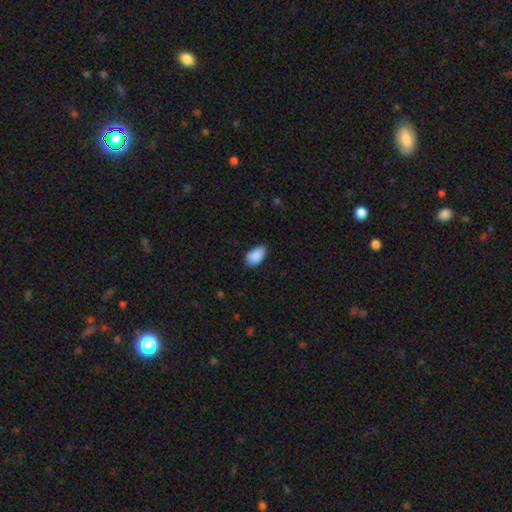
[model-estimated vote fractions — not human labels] Morphology: type=smooth (89%); roundness=in between (94%); merging=none (75%).